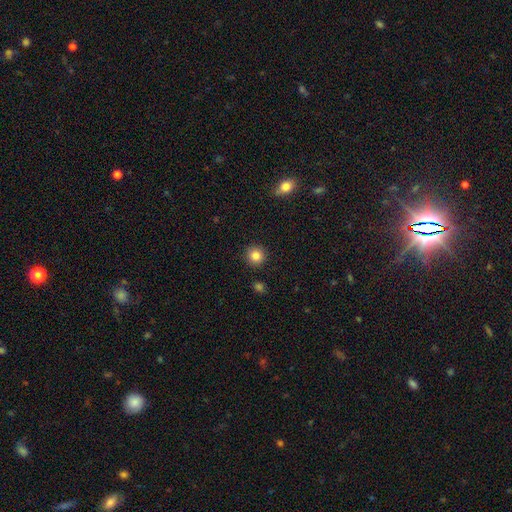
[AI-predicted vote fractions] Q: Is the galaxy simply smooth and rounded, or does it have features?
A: smooth — 84%.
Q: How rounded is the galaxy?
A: round — 94%.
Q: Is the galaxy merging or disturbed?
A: none — 91%.